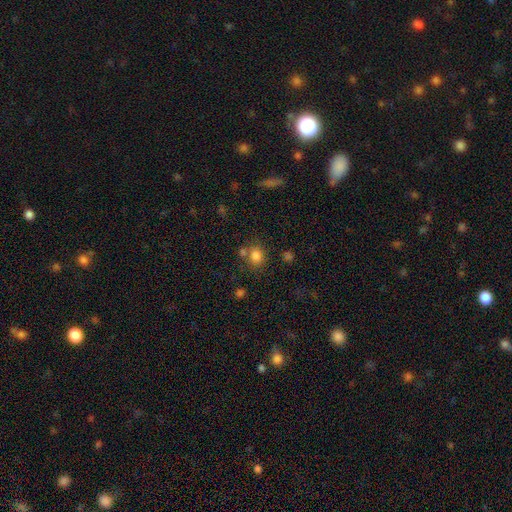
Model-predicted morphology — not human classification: Smooth or featured?
  - smooth: 81% *
  - star or artifact: 13%
  - featured or disk: 6%
How rounded?
  - round: 71% *
  - in between: 28%
  - cigar-shaped: 1%
Merging?
  - none: 65% *
  - merger: 19%
  - minor disturbance: 11%
  - major disturbance: 4%